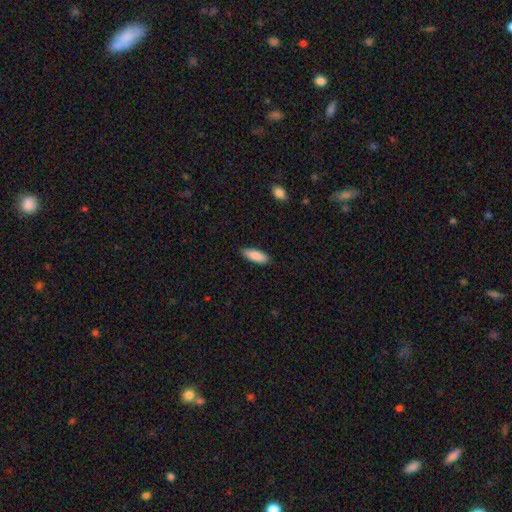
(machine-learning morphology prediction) A smooth galaxy with no disk features (88%) that is in between round and cigar-shaped (66%). Merging: none (87%).